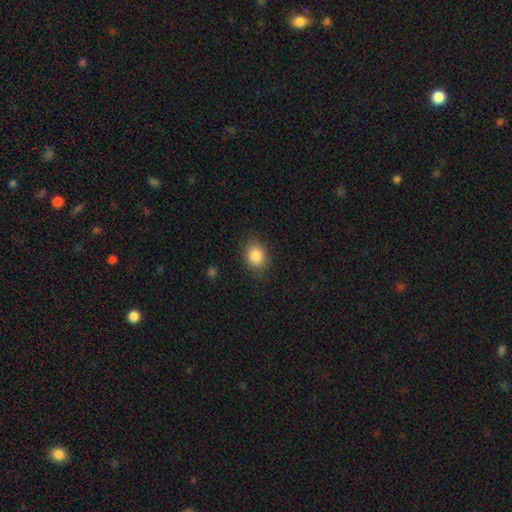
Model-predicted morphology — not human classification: smooth_or_featured: smooth (p=0.86) [alt: star or artifact p=0.09]
how_rounded: in between (p=0.55) [alt: round p=0.44]
merging: none (p=0.85) [alt: minor disturbance p=0.11]